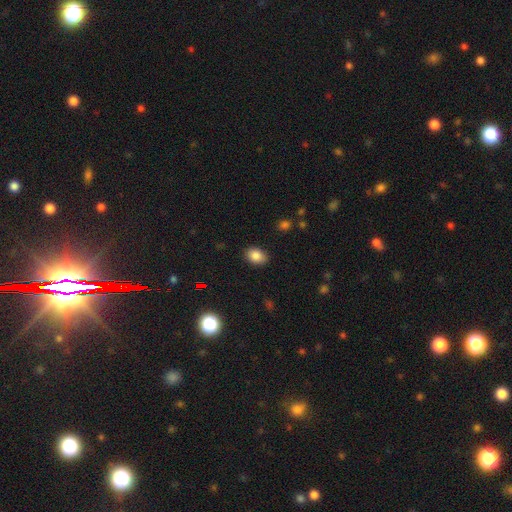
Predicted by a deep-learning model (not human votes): A smooth galaxy with no disk features (85%) that is in between round and cigar-shaped (75%). Merging: none (87%).